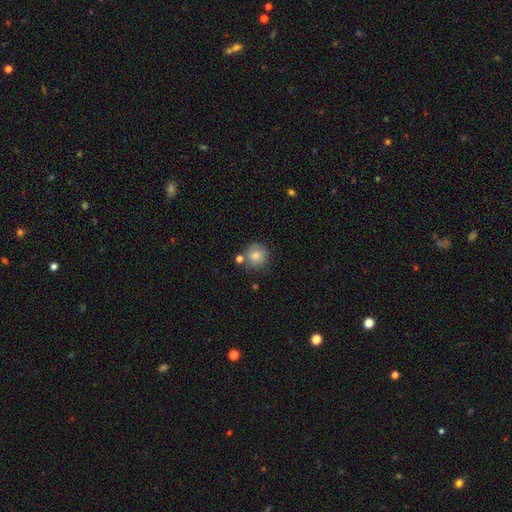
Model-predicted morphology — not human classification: A smooth galaxy with no disk features (83%) that is round (93%).

Vote fractions:
- Smooth or featured? smooth: 83% / star or artifact: 9% / featured or disk: 8%
- How rounded? round: 93% / in between: 6% / cigar-shaped: 1%
- Merging? none: 74% / minor disturbance: 12% / merger: 11% / major disturbance: 3%